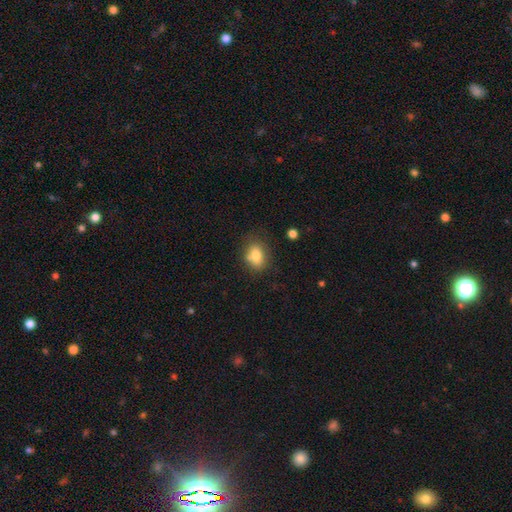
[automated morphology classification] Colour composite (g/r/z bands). It shows a smooth galaxy with no disk features (79%) that is in between round and cigar-shaped (67%). Merging: none (71%).